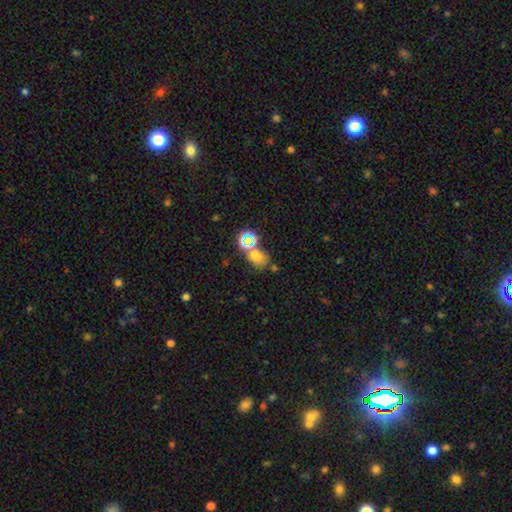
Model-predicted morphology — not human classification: type=smooth (57%); roundness=in between (60%); merging=none (52%).